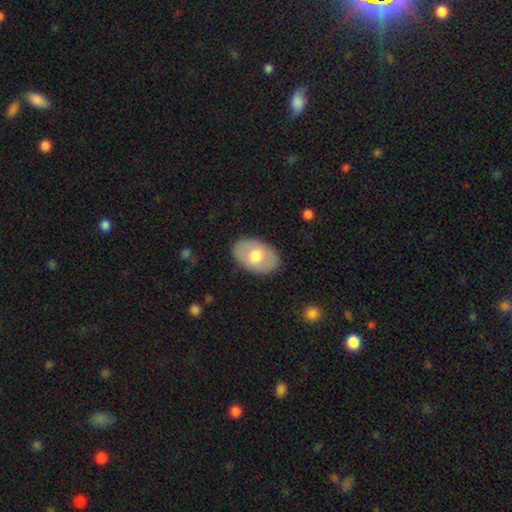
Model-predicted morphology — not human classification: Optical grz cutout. It shows a smooth galaxy with no disk features (62%) that is in between round and cigar-shaped (88%). Merging: none (86%).